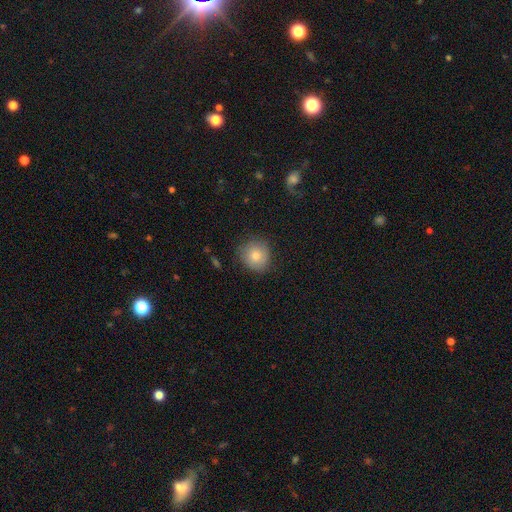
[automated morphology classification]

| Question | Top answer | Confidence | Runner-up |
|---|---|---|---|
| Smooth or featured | smooth | 75% | featured or disk (15%) |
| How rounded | round | 90% | in between (9%) |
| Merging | none | 83% | minor disturbance (13%) |